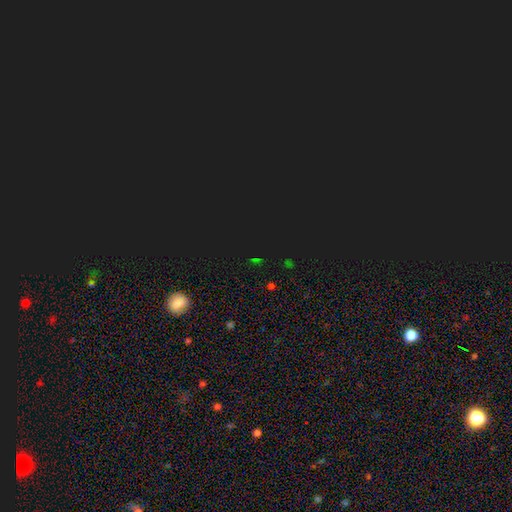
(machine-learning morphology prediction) star or artifact 76%, smooth 16%, featured or disk 8%.